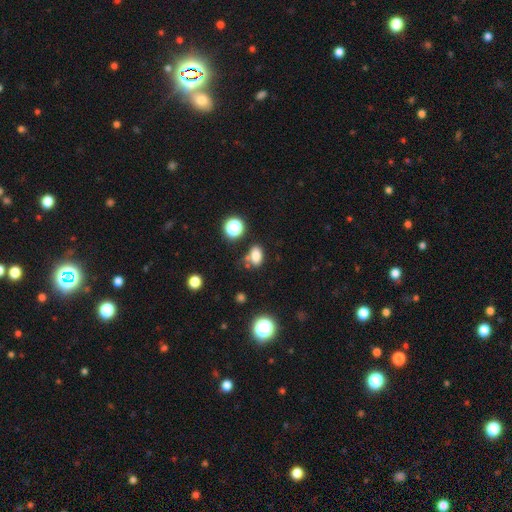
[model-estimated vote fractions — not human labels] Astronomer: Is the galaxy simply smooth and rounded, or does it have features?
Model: smooth — 79%.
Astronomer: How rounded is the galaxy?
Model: in between — 81%.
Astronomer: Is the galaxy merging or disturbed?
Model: none — 64%.